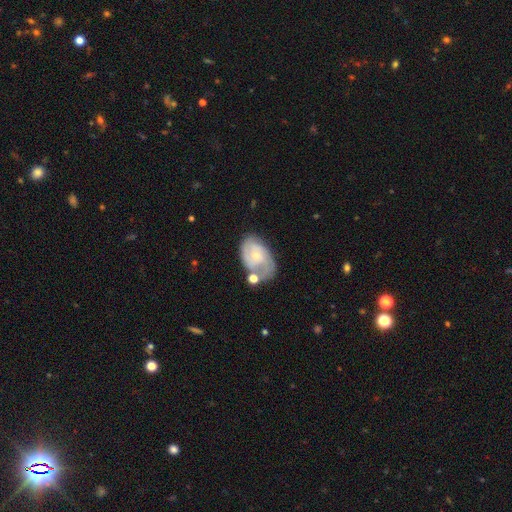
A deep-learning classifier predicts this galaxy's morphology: smooth_or_featured: featured or disk (p=0.69) [alt: smooth p=0.25]
disk_edge_on: no (p=0.97) [alt: yes p=0.03]
bar: no (p=0.67) [alt: weak p=0.29]
has_spiral_arms: yes (p=0.88) [alt: no p=0.12]
spiral_winding: tight (p=0.43) [alt: medium p=0.40]
spiral_arm_count: 2 (p=0.46) [alt: can't tell p=0.28]
bulge_size: small (p=0.65) [alt: moderate p=0.29]
merging: none (p=0.43) [alt: minor disturbance p=0.26]